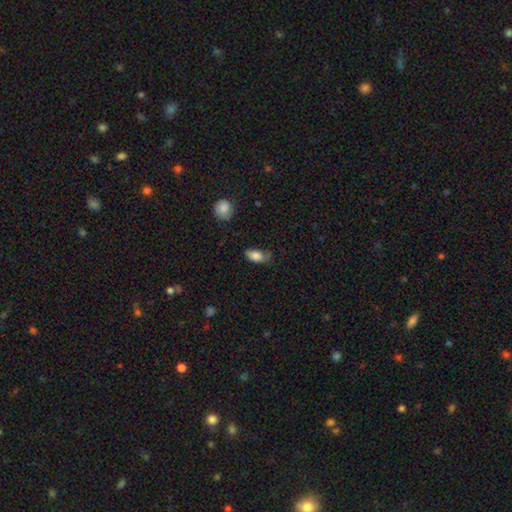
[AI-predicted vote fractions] Overall: smooth (83%). How rounded: in between (90%). Merging: none (54%; minor disturbance 35%).